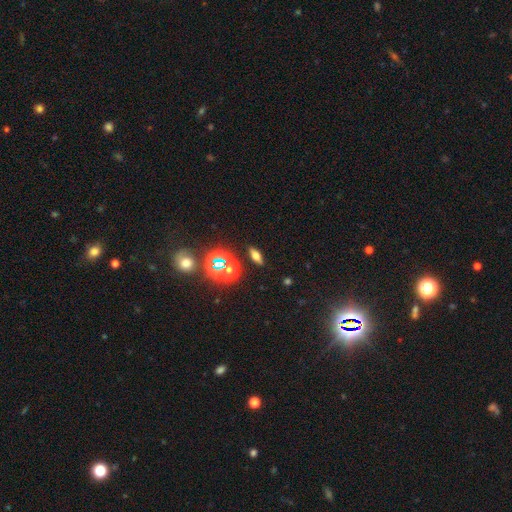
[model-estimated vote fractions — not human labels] smooth-or-featured: smooth: 49% | star or artifact: 26% | featured or disk: 25%
  merging: none: 88% | minor disturbance: 8% | major disturbance: 3% | merger: 2%